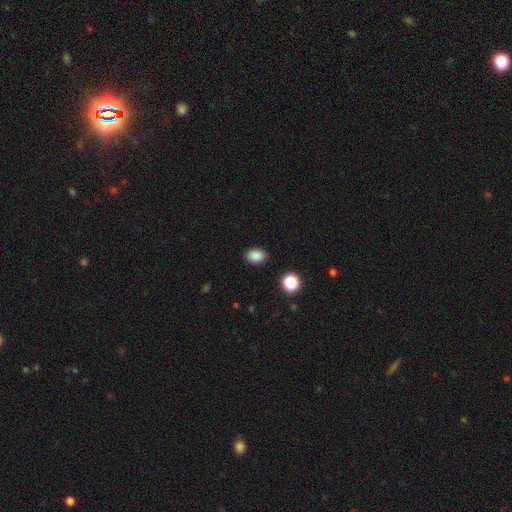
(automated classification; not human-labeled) smooth-or-featured: smooth: 86% | star or artifact: 10% | featured or disk: 3%
  how-rounded: in between: 73% | round: 26% | cigar-shaped: 1%
  merging: none: 88% | minor disturbance: 8% | major disturbance: 2% | merger: 1%